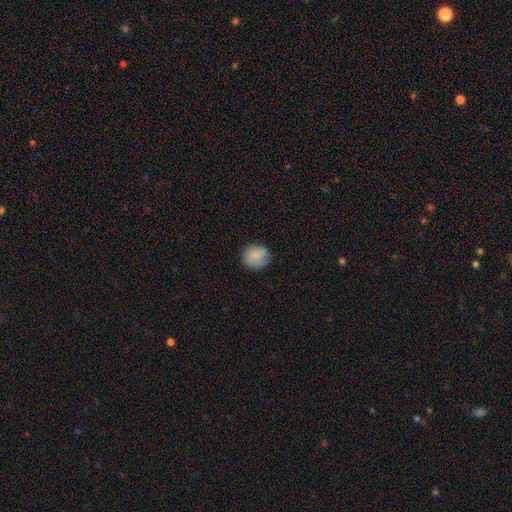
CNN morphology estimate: Smooth or featured? smooth (83%)
How rounded? round (81%)
Merging? none (80%)